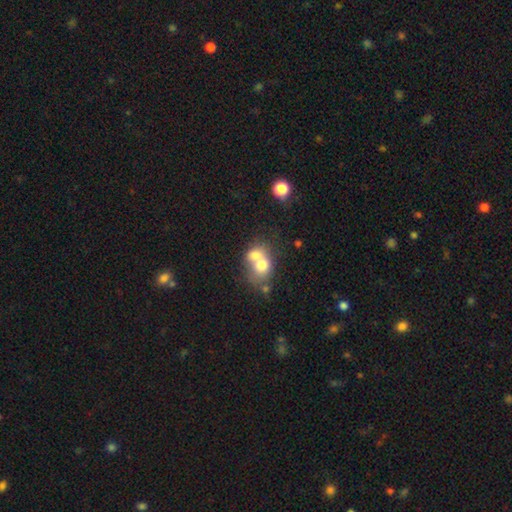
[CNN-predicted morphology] Smooth or featured? smooth (67%)
How rounded? round (53%)
Merging? merger (71%)